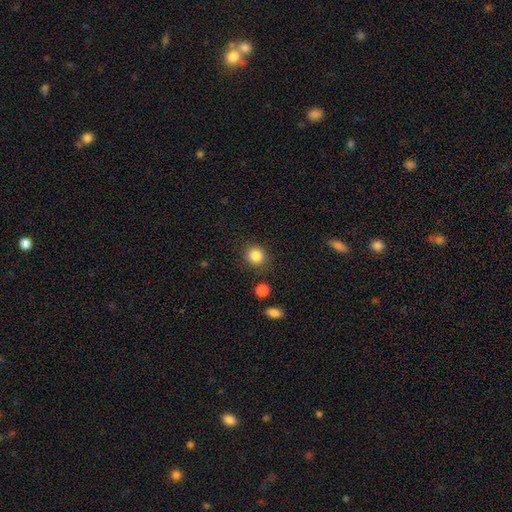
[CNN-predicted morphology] This appears to be a smooth galaxy with no disk features (85%) that is round (85%). Merging: none (87%).